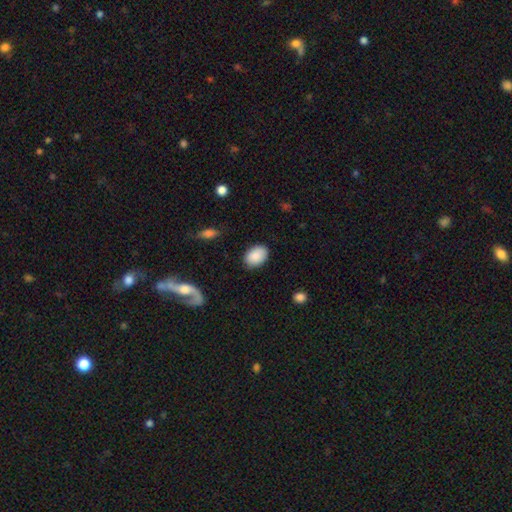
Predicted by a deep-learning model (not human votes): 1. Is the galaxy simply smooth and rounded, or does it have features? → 87% smooth, 6% star or artifact, 6% featured or disk.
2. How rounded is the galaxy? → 83% in between, 16% round, 1% cigar-shaped.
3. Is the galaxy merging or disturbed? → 83% none, 12% minor disturbance, 3% major disturbance, 1% merger.